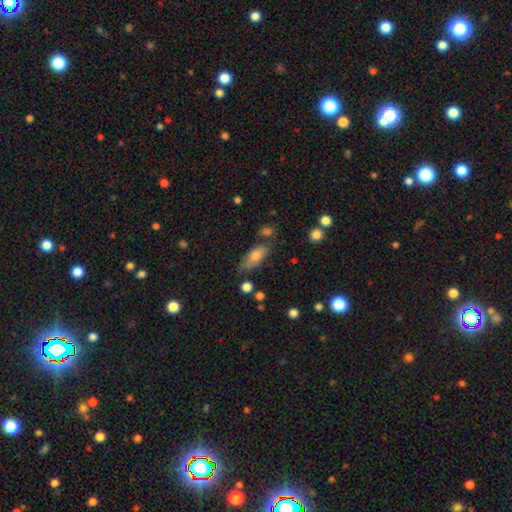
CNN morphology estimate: Overall: smooth (70%). How rounded: in between (76%). Merging: none (64%).